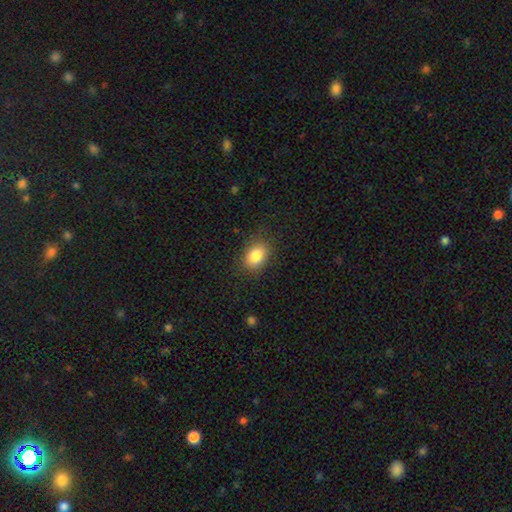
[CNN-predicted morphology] This is clearly a smooth galaxy (85%). How rounded: likely in between (71%). Merging: clearly none (81%).